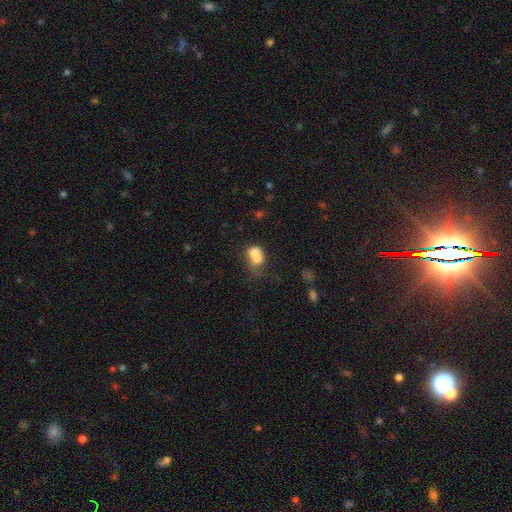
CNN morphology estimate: This is likely a smooth galaxy (73%). How rounded: likely in between (72%). Merging: marginally merger (39%).